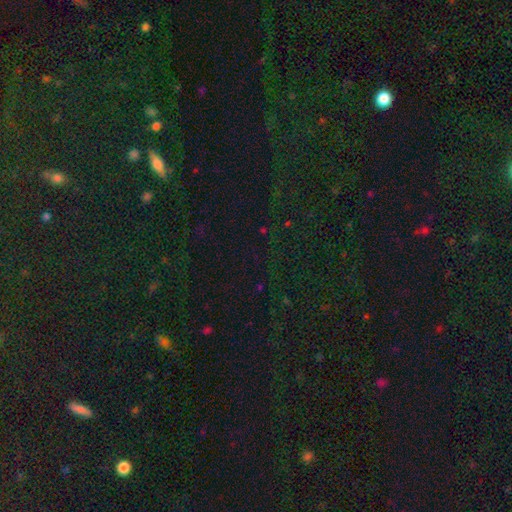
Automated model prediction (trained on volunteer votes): Morphology: type=star or artifact (68%).